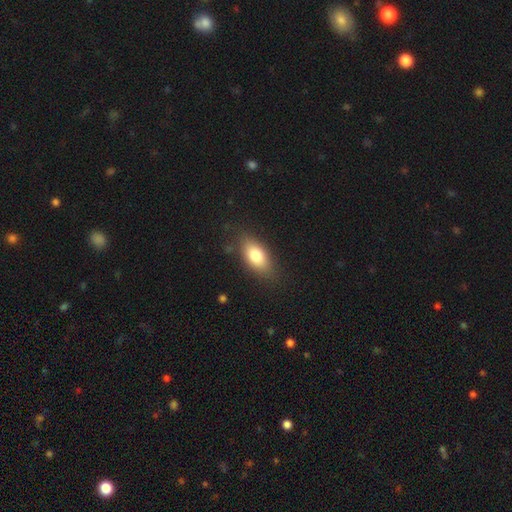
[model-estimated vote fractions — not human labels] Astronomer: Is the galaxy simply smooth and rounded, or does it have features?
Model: smooth — 79%.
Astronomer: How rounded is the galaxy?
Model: in between — 88%.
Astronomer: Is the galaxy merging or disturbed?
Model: none — 81%.